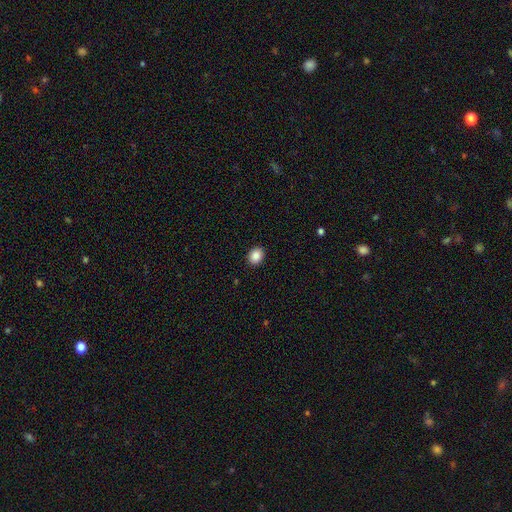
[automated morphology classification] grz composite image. It shows a smooth galaxy with no disk features (86%) that is round (52%). Merging: none (91%).